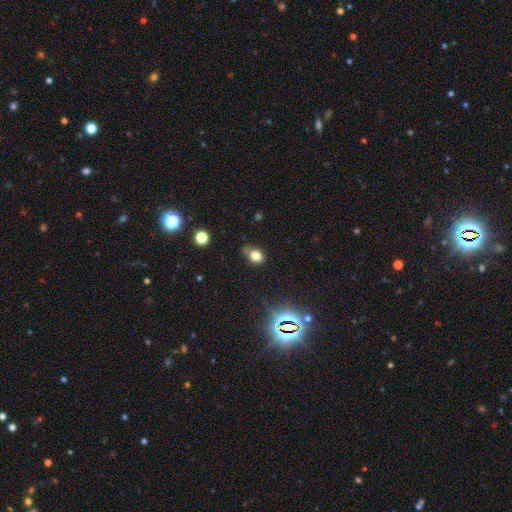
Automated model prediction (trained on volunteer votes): Smooth or featured: smooth — 77% (star or artifact — 15%)
How rounded: in between — 68% (round — 31%)
Merging: none — 62% (minor disturbance — 28%)